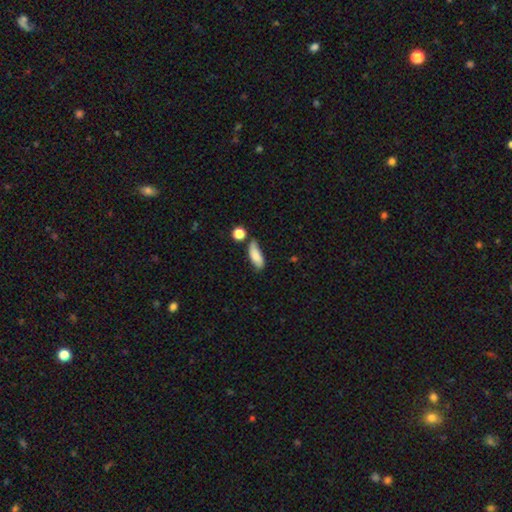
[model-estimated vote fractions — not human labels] A smooth galaxy with no disk features (74%) that is in between round and cigar-shaped (73%).

Vote fractions:
- Smooth or featured? smooth: 74% / featured or disk: 18% / star or artifact: 8%
- How rounded? in between: 73% / cigar-shaped: 23% / round: 3%
- Merging? none: 53% / minor disturbance: 29% / merger: 10% / major disturbance: 7%